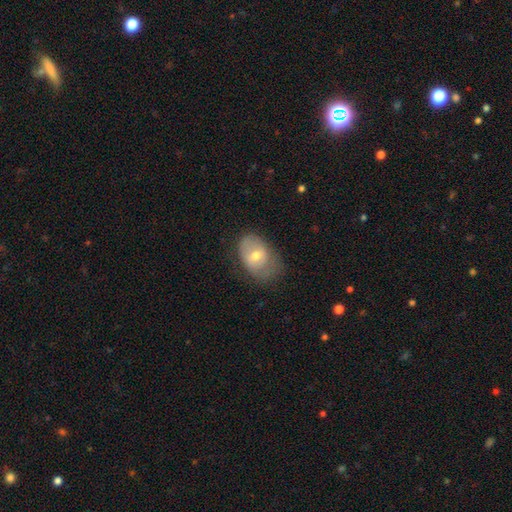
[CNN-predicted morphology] A smooth galaxy with no disk features (60%) that is in between round and cigar-shaped (83%).

Vote fractions:
- Smooth or featured? smooth: 60% / featured or disk: 32% / star or artifact: 8%
- How rounded? in between: 83% / round: 16% / cigar-shaped: 1%
- Merging? none: 51% / minor disturbance: 33% / major disturbance: 14% / merger: 1%